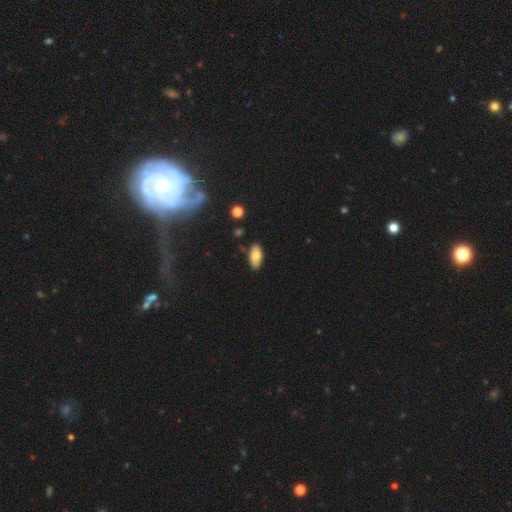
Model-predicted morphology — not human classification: Smooth or featured? smooth (75%)
How rounded? in between (93%)
Merging? none (85%)